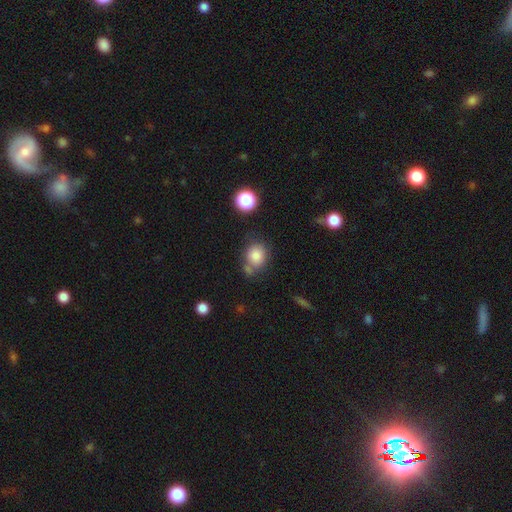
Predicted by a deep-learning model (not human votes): Smooth or featured?
  - smooth: 82% *
  - star or artifact: 11%
  - featured or disk: 8%
How rounded?
  - round: 66% *
  - in between: 33%
  - cigar-shaped: 1%
Merging?
  - none: 61% *
  - merger: 17%
  - minor disturbance: 16%
  - major disturbance: 5%